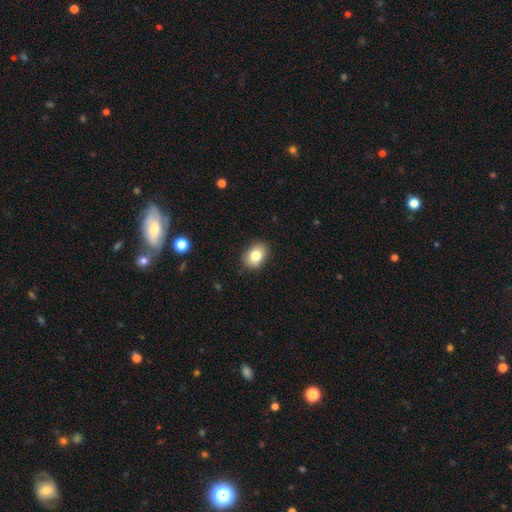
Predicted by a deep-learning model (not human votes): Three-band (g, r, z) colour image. It shows a smooth galaxy with no disk features (82%) that is in between round and cigar-shaped (74%). Merging: none (86%).